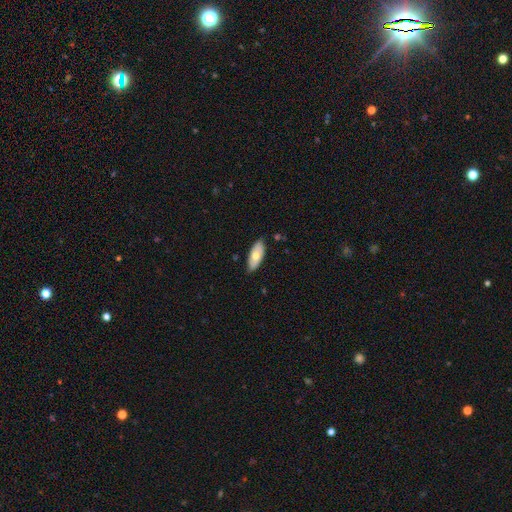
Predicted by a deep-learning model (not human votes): A smooth galaxy with no disk features (66%) that is in between round and cigar-shaped (87%).

Vote fractions:
- Smooth or featured? smooth: 66% / featured or disk: 28% / star or artifact: 6%
- How rounded? in between: 87% / cigar-shaped: 11% / round: 2%
- Merging? none: 82% / minor disturbance: 14% / major disturbance: 2% / merger: 1%